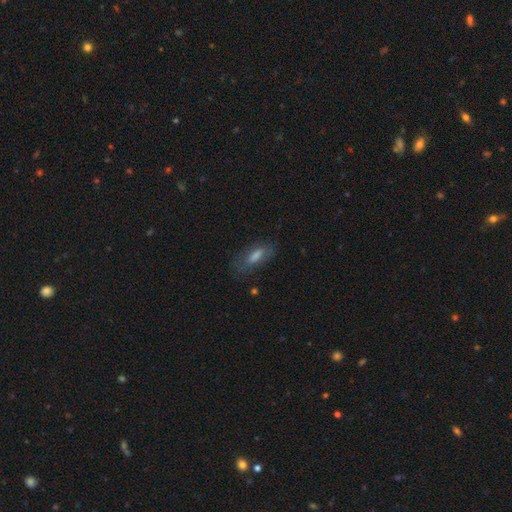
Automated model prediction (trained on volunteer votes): The model was most divided on "how rounded": in between: 60%, cigar-shaped: 37%, round: 3%. More confident: merging — none (72%); smooth or featured — smooth (59%).